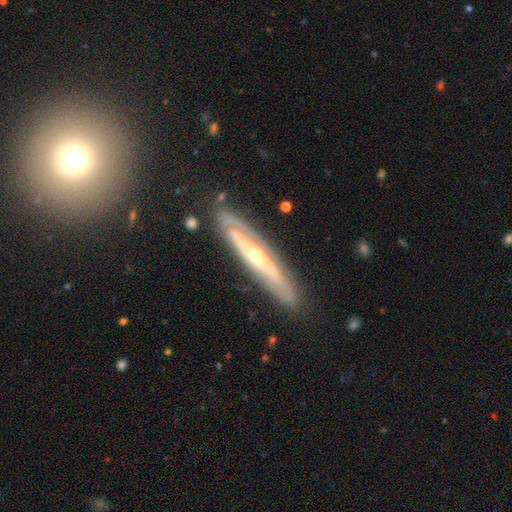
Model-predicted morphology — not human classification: Smooth or featured? Predicted: featured or disk (p=0.77). Edge-on disk? Predicted: yes (p=0.66). Edge-on bulge? Predicted: rounded (p=0.72). Merging? Predicted: none (p=0.82).